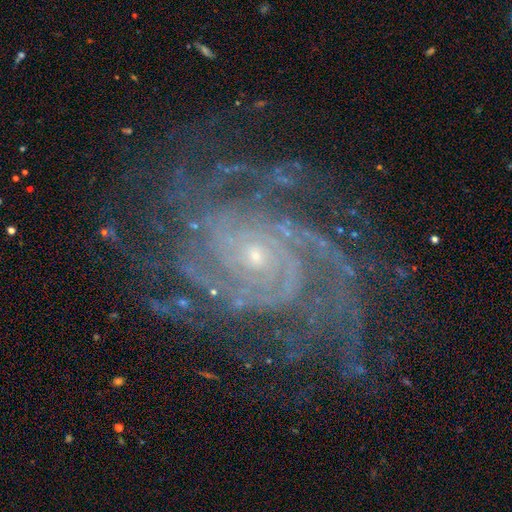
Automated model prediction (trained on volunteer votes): Smooth or featured?
  - featured or disk: 90% *
  - star or artifact: 7%
  - smooth: 3%
Edge-on disk?
  - no: 97% *
  - yes: 3%
Bar?
  - no: 71% *
  - weak: 20%
  - strong: 8%
Spiral arms?
  - yes: 98% *
  - no: 2%
Spiral winding?
  - tight: 71% *
  - medium: 25%
  - loose: 4%
Spiral arm count?
  - more than 4: 23% *
  - 4: 21%
  - can't tell: 18%
  - 3: 15%
  - 2: 13%
  - 1: 10%
Bulge size?
  - small: 84% *
  - moderate: 12%
  - none: 2%
  - large: 1%
  - dominant: 1%
Merging?
  - none: 78% *
  - minor disturbance: 14%
  - major disturbance: 7%
  - merger: 1%